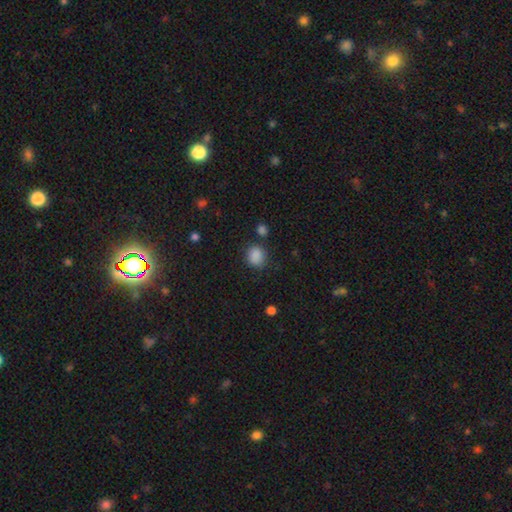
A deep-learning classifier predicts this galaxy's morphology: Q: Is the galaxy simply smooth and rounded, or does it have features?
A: smooth — 86%.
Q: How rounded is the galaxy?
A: round — 76%.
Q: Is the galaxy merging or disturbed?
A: none — 79%.